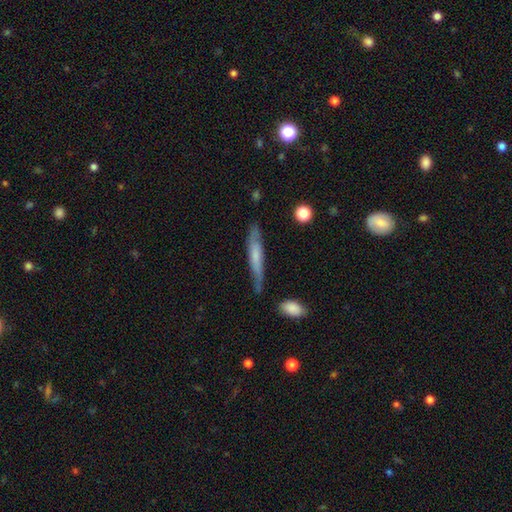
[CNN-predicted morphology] Overall: smooth (53%; featured or disk 41%). How rounded: cigar-shaped (90%). Merging: none (71%).